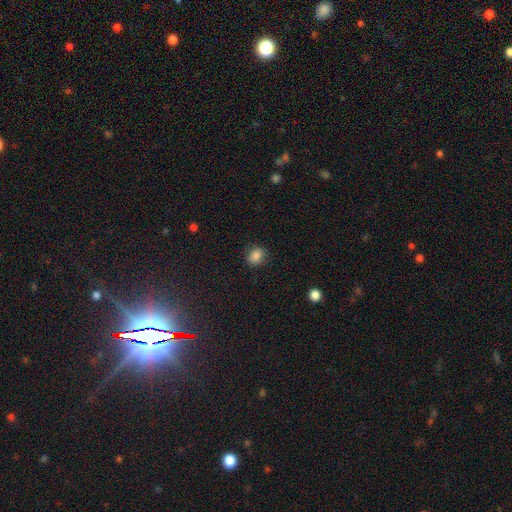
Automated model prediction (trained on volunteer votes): smooth_or_featured: smooth (p=0.85) [alt: star or artifact p=0.10]
how_rounded: round (p=0.57) [alt: in between p=0.42]
merging: none (p=0.84) [alt: minor disturbance p=0.12]